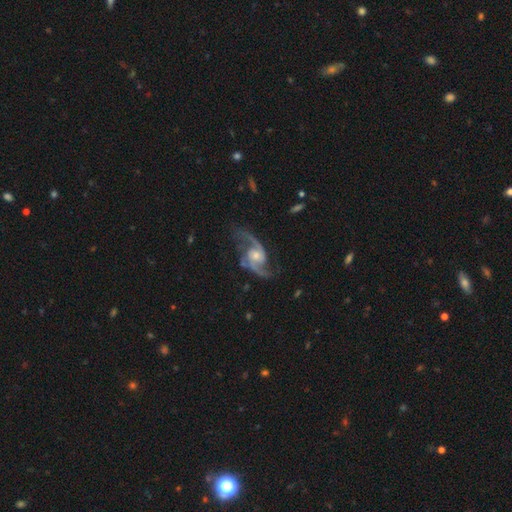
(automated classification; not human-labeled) This is clearly a featured or disk galaxy (92%). It is clearly not viewed edge-on (97%). Bar: possibly no (58%). Spiral arm pattern: clearly yes (98%). Spiral arm count: clearly 2 (93%). Spiral winding: possibly loose (49%). Central bulge: possibly moderate (50%). Merging: likely none (73%).